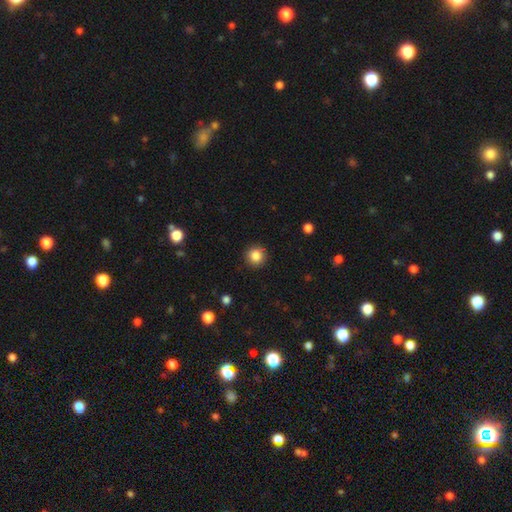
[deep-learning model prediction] This is clearly a smooth galaxy (85%). How rounded: clearly round (94%). Merging: clearly none (90%).